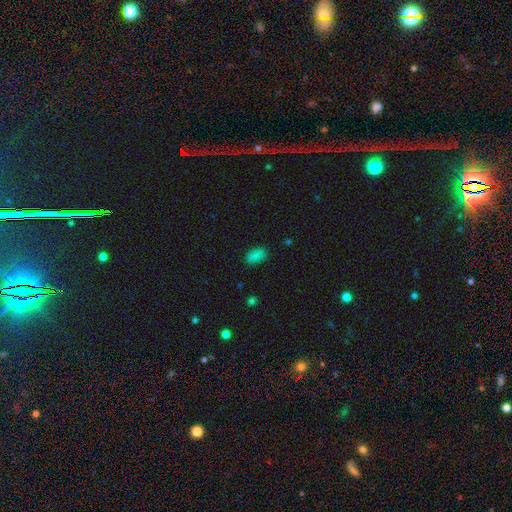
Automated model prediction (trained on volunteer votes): A smooth galaxy with no disk features (85%) that is in between round and cigar-shaped (93%).

Vote fractions:
- Smooth or featured? smooth: 85% / star or artifact: 12% / featured or disk: 3%
- How rounded? in between: 93% / round: 5% / cigar-shaped: 2%
- Merging? none: 85% / minor disturbance: 12% / major disturbance: 3% / merger: 1%